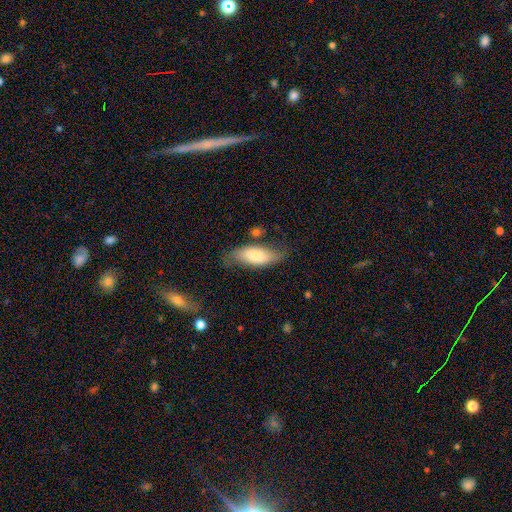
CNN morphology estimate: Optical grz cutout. It shows a smooth galaxy with no disk features (68%) that is in between round and cigar-shaped (77%). Merging: none (59%).